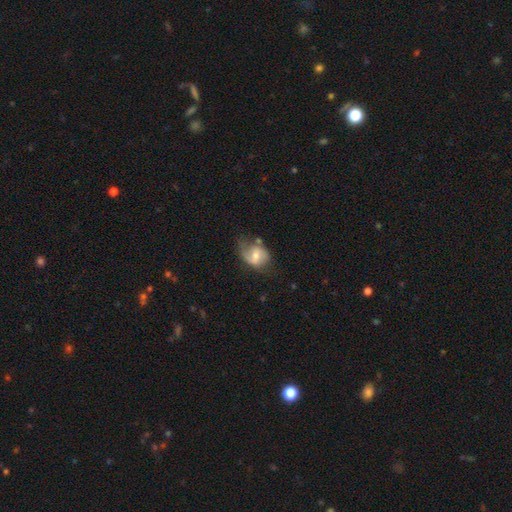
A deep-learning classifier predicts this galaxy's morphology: smooth-or-featured: featured or disk: 54% | smooth: 39% | star or artifact: 7%
  disk-edge-on: no: 96% | yes: 4%
    bar: weak: 49% | no: 33% | strong: 18%
    has-spiral-arms: yes: 76% | no: 24%
    bulge-size: moderate: 60% | small: 31% | large: 5% | none: 3% | dominant: 1%
  merging: none: 45% | minor disturbance: 31% | major disturbance: 18% | merger: 6%